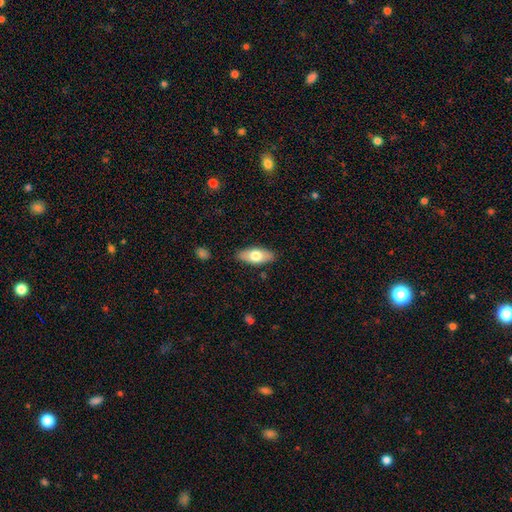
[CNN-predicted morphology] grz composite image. It shows a smooth galaxy with no disk features (67%) that is in between round and cigar-shaped (85%). Merging: none (86%).